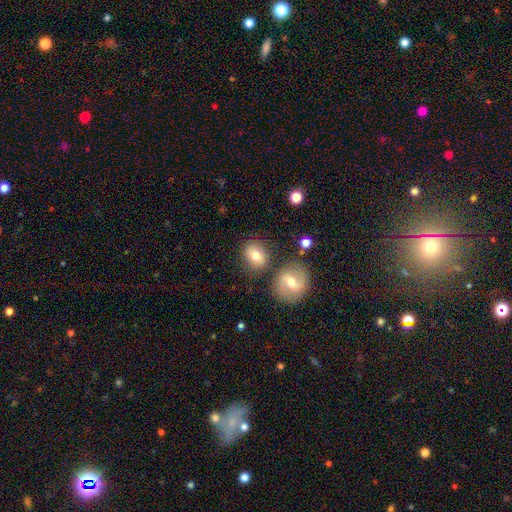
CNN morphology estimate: This is likely a smooth galaxy (74%). How rounded: likely round (62%). Merging: likely none (76%).